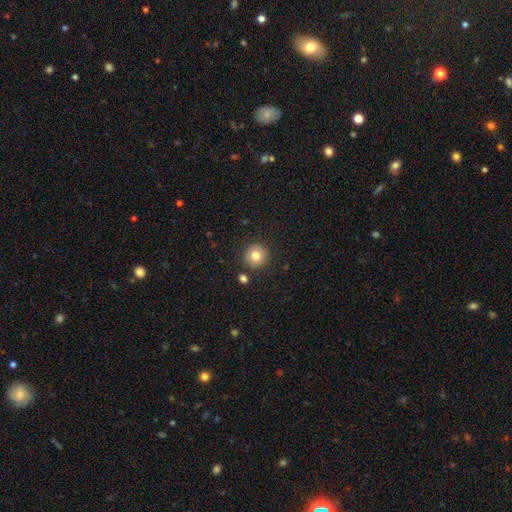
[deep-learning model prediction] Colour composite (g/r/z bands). It shows a smooth galaxy with no disk features (81%) that is round (95%). Merging: none (89%).